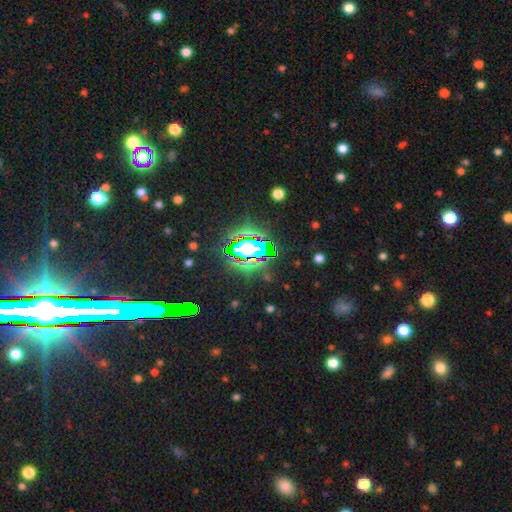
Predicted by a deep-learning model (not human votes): smooth_or_featured: star or artifact (p=0.75) [alt: smooth p=0.14]